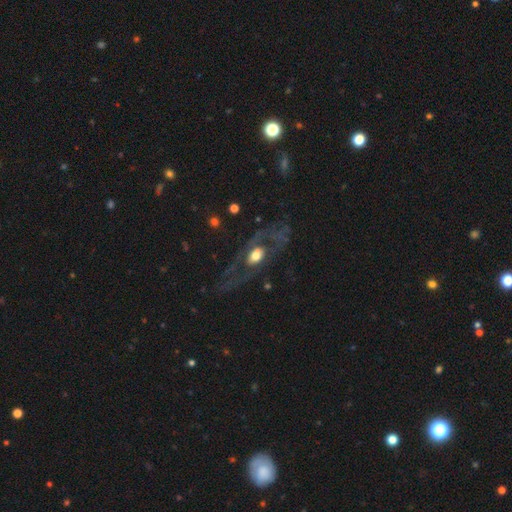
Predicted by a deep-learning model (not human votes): Q: Smooth or featured?
A: featured or disk (66%); runner-up: smooth (26%)
Q: Edge-on disk?
A: no (87%); runner-up: yes (13%)
Q: Bar?
A: no (77%); runner-up: weak (16%)
Q: Spiral arms?
A: no (51%); runner-up: yes (49%)
Q: Bulge size?
A: moderate (53%); runner-up: large (34%)
Q: Merging?
A: none (55%); runner-up: major disturbance (26%)